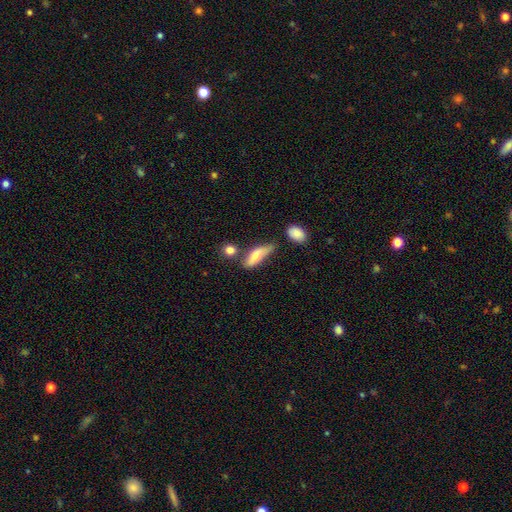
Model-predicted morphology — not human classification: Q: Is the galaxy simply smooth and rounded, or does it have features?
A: smooth — 62%.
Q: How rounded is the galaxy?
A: in between — 56%.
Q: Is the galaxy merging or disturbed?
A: none — 47%.